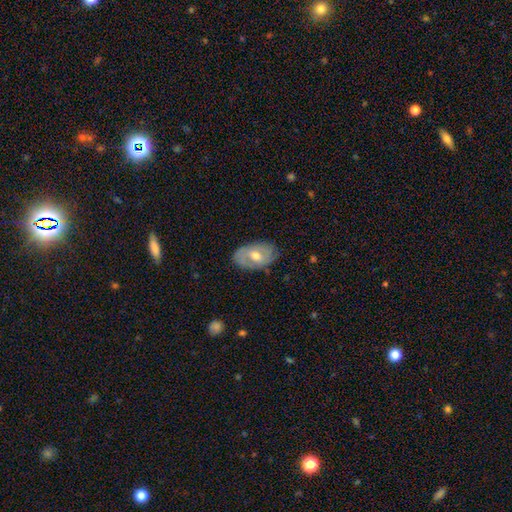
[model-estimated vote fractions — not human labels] Morphology: type=featured or disk (53%); edge-on=no (92%); merging=none (76%).